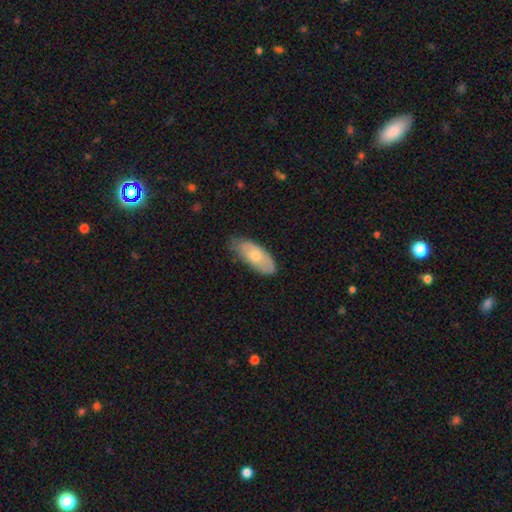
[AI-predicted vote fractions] Q: Smooth or featured?
A: smooth (69%); runner-up: featured or disk (25%)
Q: How rounded?
A: in between (85%); runner-up: cigar-shaped (13%)
Q: Merging?
A: none (62%); runner-up: minor disturbance (31%)